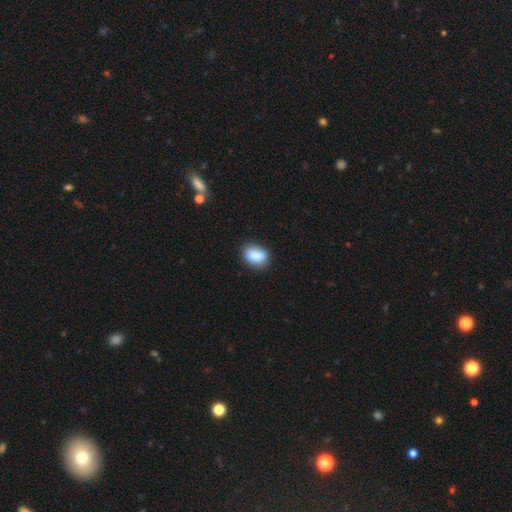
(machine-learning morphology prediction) smooth 86%, star or artifact 8%, featured or disk 6%. Down the decision tree: how rounded — in between (77%); merging — none (78%).